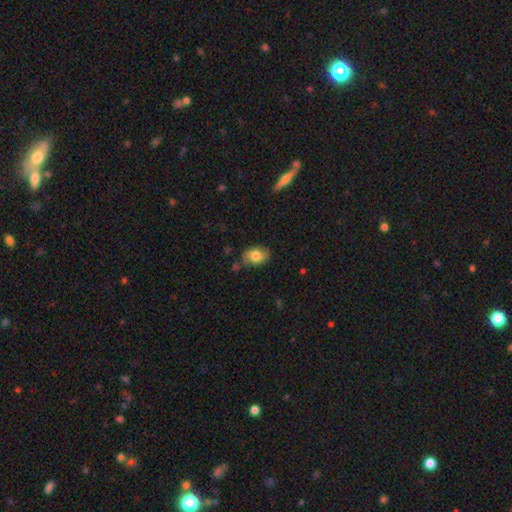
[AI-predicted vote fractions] Overall: smooth (77%). How rounded: in between (80%). Merging: none (72%).